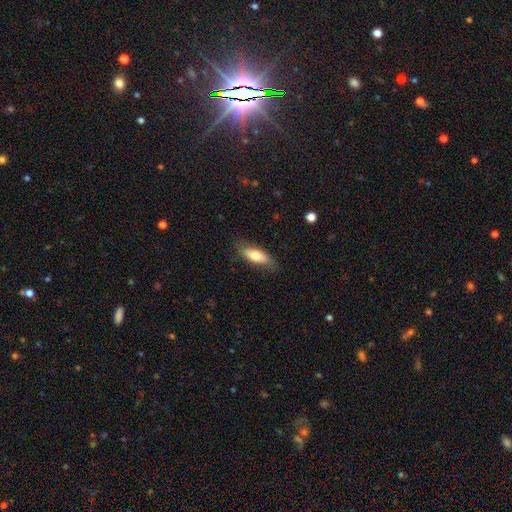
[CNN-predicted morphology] Overall: smooth (71%). How rounded: in between (68%; cigar-shaped 30%). Merging: none (80%).